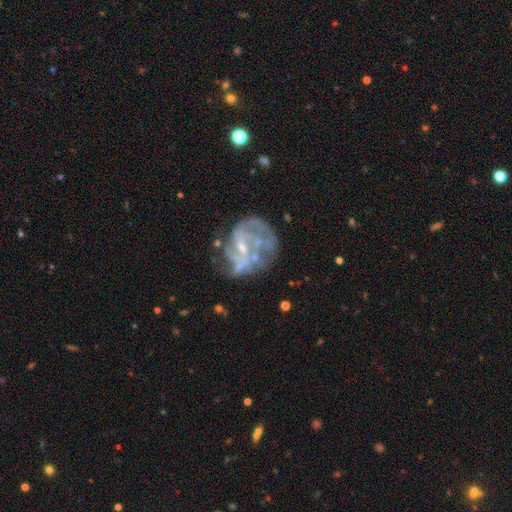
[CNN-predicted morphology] Smooth or featured?
  - featured or disk: 73% *
  - star or artifact: 15%
  - smooth: 11%
Edge-on disk?
  - no: 97% *
  - yes: 3%
Bar?
  - no: 42% *
  - weak: 41%
  - strong: 17%
Spiral arms?
  - yes: 80% *
  - no: 20%
Spiral winding?
  - medium: 40% *
  - tight: 35%
  - loose: 25%
Spiral arm count?
  - can't tell: 35% *
  - 2: 24%
  - 3: 19%
  - 4: 9%
  - 1: 7%
  - more than 4: 6%
Bulge size?
  - small: 71% *
  - moderate: 18%
  - none: 9%
  - large: 1%
  - dominant: 1%
Merging?
  - none: 55% *
  - major disturbance: 21%
  - minor disturbance: 19%
  - merger: 6%